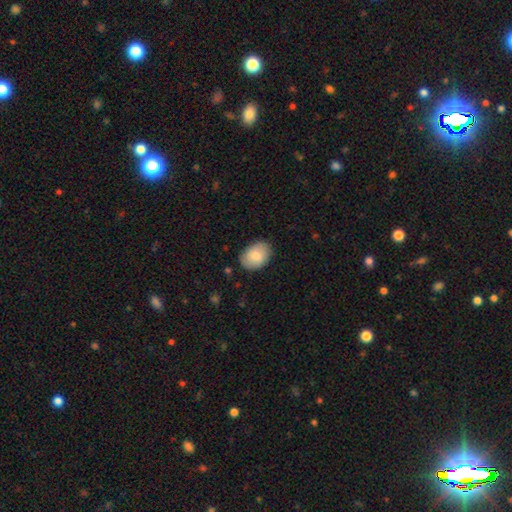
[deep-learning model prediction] Morphology: type=smooth (82%); roundness=in between (77%); merging=none (83%).